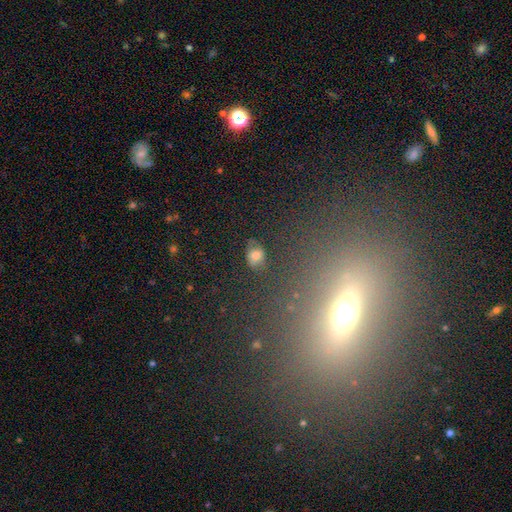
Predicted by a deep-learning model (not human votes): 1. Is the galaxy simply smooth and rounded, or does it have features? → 62% smooth, 24% star or artifact, 14% featured or disk.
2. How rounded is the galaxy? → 67% in between, 30% round, 3% cigar-shaped.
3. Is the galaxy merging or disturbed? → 80% none, 12% minor disturbance, 5% major disturbance, 4% merger.